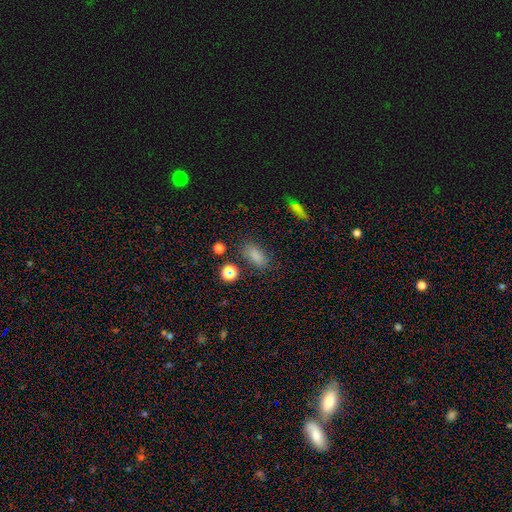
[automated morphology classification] smooth 79%, star or artifact 14%, featured or disk 7%. Down the decision tree: how rounded — in between (84%); merging — none (76%).